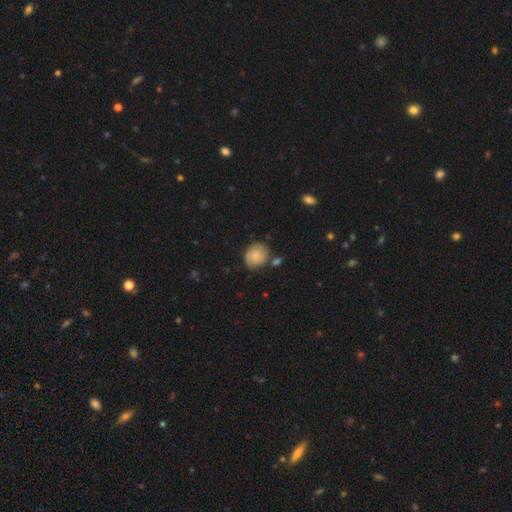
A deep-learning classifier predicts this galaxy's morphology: smooth 65%, featured or disk 27%, star or artifact 9%. Down the decision tree: how rounded — round (58%); merging — none (65%).